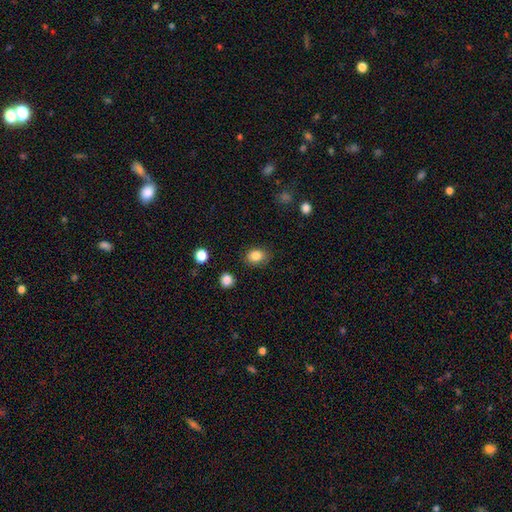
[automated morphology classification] Smooth or featured? Predicted: smooth (p=0.84). How rounded? Predicted: in between (p=0.59). Merging? Predicted: none (p=0.84).